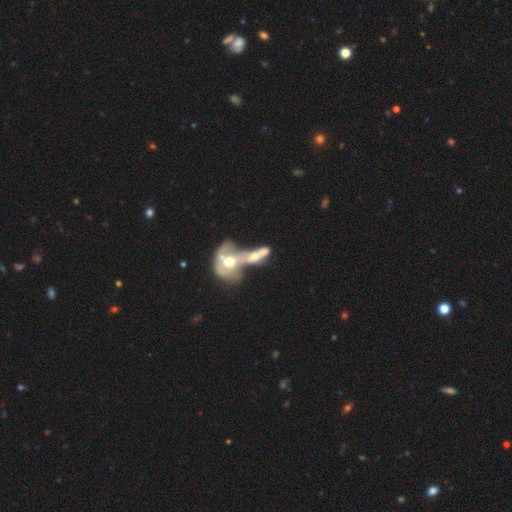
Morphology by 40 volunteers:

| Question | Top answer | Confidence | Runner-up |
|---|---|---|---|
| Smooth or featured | featured or disk | 57% | smooth (40%) |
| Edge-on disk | no | 87% | yes (13%) |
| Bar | no | 85% | weak (15%) |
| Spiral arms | no | 90% | yes (10%) |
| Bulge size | moderate | 60% | large (25%) |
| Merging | merger | 90% | major disturbance (10%) |